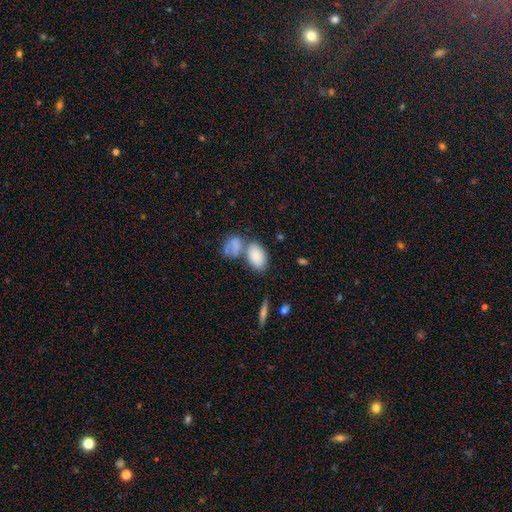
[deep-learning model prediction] This is clearly a smooth galaxy (82%). How rounded: clearly in between (90%). Merging: marginally none (44%).